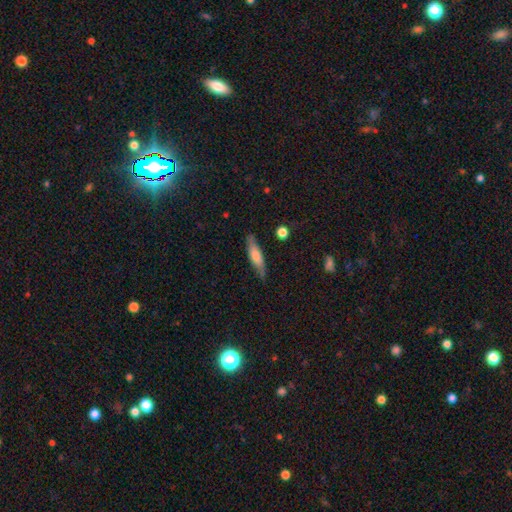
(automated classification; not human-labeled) This is likely a smooth galaxy (61%). How rounded: likely cigar-shaped (73%). Merging: likely none (79%).